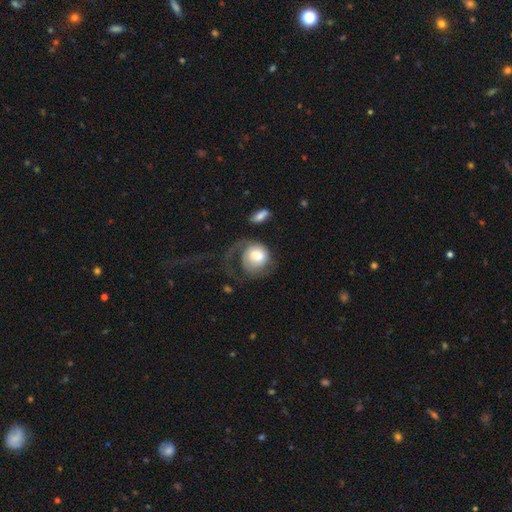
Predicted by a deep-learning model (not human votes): Overall: smooth (48%; featured or disk 45%). Merging: major disturbance (54%; none 28%).